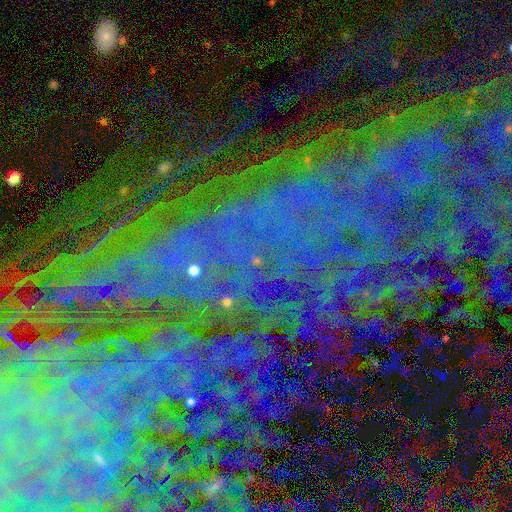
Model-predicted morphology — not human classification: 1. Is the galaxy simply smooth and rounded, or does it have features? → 77% star or artifact, 14% featured or disk, 9% smooth.